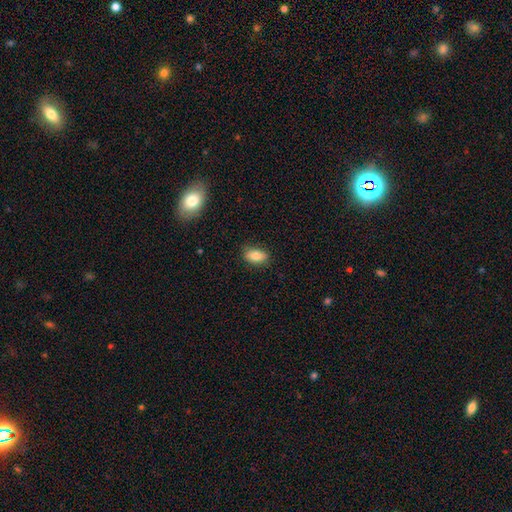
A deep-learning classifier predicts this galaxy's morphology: Q: Smooth or featured?
A: smooth (82%); runner-up: featured or disk (10%)
Q: How rounded?
A: in between (88%); runner-up: round (7%)
Q: Merging?
A: none (85%); runner-up: minor disturbance (11%)